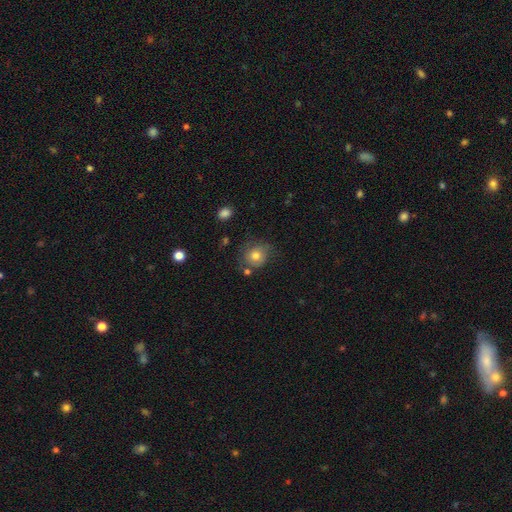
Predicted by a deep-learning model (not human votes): smooth-or-featured: smooth: 70% | featured or disk: 19% | star or artifact: 11%
  how-rounded: round: 77% | in between: 22% | cigar-shaped: 1%
  merging: none: 62% | minor disturbance: 23% | major disturbance: 9% | merger: 6%